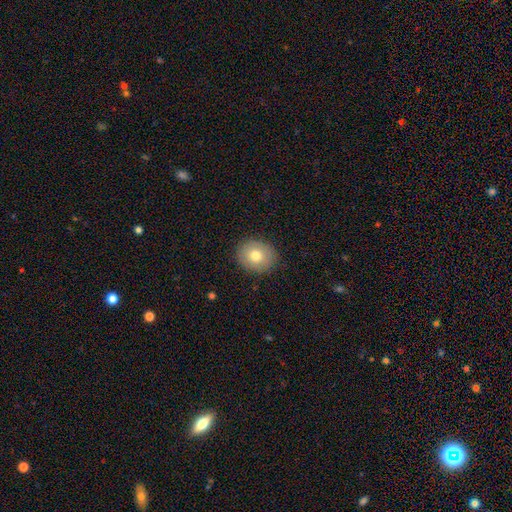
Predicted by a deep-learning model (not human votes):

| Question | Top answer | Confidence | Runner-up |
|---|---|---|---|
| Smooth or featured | smooth | 74% | featured or disk (17%) |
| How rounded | round | 63% | in between (36%) |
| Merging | none | 88% | minor disturbance (9%) |